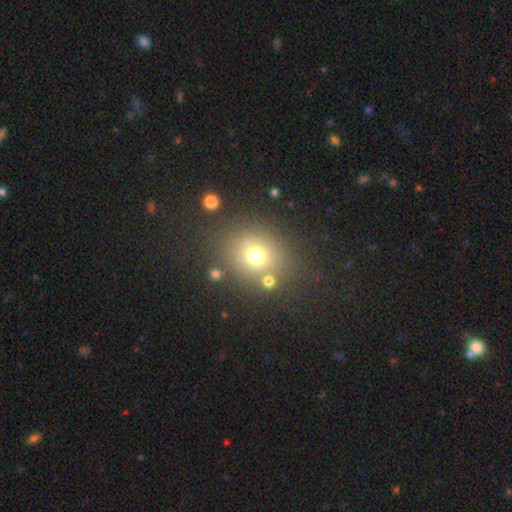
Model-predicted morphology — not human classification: Smooth or featured?
  - smooth: 69% *
  - star or artifact: 20%
  - featured or disk: 12%
How rounded?
  - round: 72% *
  - in between: 27%
  - cigar-shaped: 1%
Merging?
  - none: 76% *
  - minor disturbance: 11%
  - merger: 8%
  - major disturbance: 5%